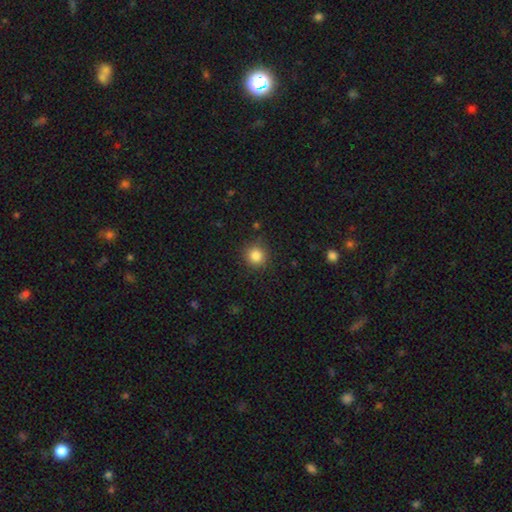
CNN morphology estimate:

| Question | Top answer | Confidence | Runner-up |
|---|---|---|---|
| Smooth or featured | smooth | 85% | star or artifact (11%) |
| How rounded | round | 93% | in between (6%) |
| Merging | none | 88% | minor disturbance (9%) |